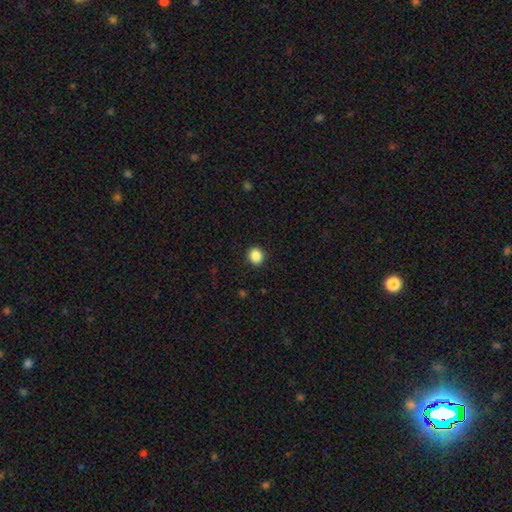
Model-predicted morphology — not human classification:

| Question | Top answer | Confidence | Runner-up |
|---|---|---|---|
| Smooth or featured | smooth | 88% | star or artifact (9%) |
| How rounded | round | 83% | in between (16%) |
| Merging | none | 91% | minor disturbance (6%) |